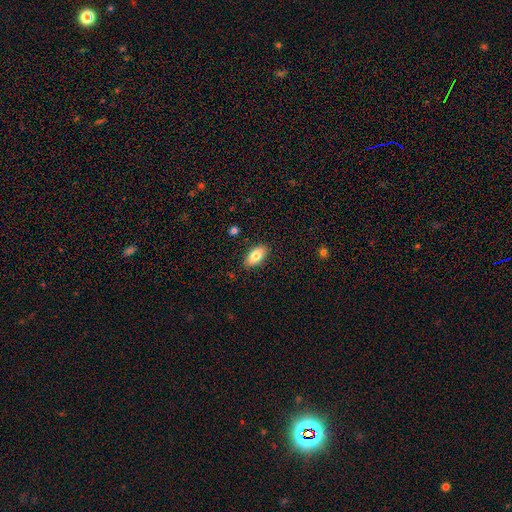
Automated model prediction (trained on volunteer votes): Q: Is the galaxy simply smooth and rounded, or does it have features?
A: smooth — 81%.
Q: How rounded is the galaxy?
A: in between — 92%.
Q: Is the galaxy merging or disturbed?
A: none — 88%.